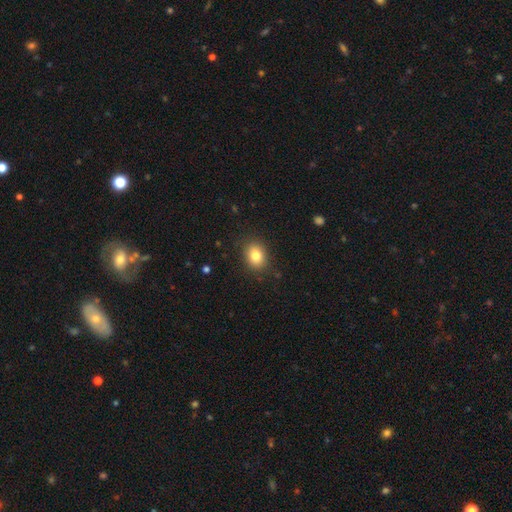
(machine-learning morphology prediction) Overall: smooth (82%). How rounded: in between (50%; round 49%). Merging: none (87%).